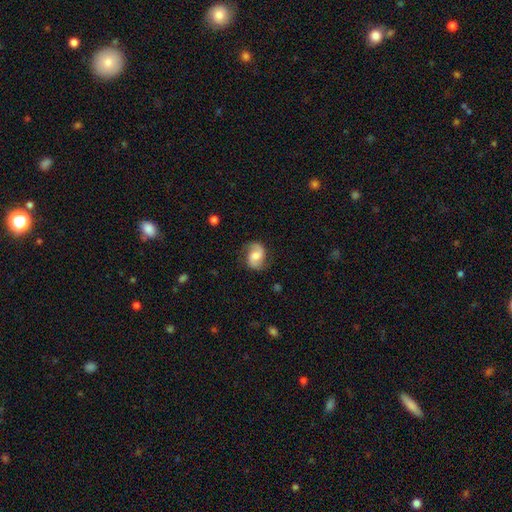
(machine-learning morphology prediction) smooth-or-featured: featured or disk: 64% | smooth: 28% | star or artifact: 8%
  disk-edge-on: no: 98% | yes: 2%
    bar: no: 44% | weak: 43% | strong: 13%
    has-spiral-arms: yes: 93% | no: 7%
      spiral-winding: loose: 44% | medium: 41% | tight: 15%
      spiral-arm-count: 2: 89% | can't tell: 4% | 1: 4% | 3: 1% | 4: 1% | more than 4: 1%
    bulge-size: moderate: 45% | small: 22% | large: 20% | none: 10% | dominant: 3%
  merging: none: 75% | minor disturbance: 17% | major disturbance: 7% | merger: 1%